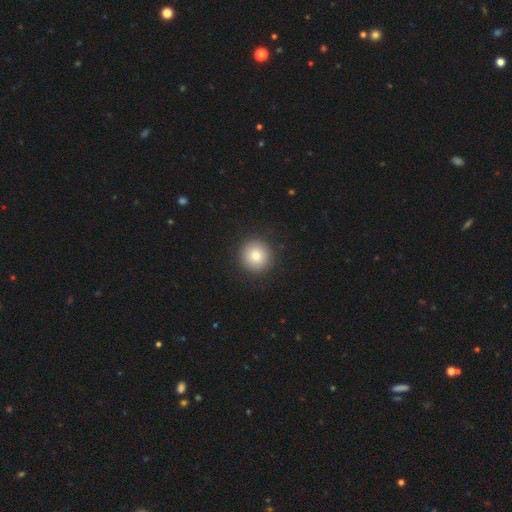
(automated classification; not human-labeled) A smooth galaxy with no disk features (83%) that is round (95%).

Vote fractions:
- Smooth or featured? smooth: 83% / star or artifact: 9% / featured or disk: 8%
- How rounded? round: 95% / in between: 4% / cigar-shaped: 1%
- Merging? none: 91% / minor disturbance: 6% / major disturbance: 2% / merger: 1%